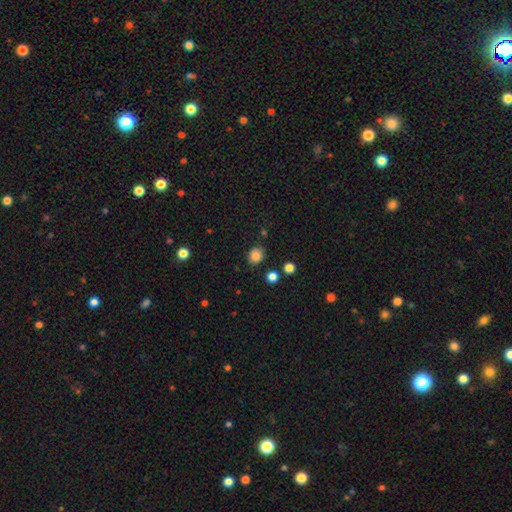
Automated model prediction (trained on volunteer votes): Smooth or featured? smooth (84%)
How rounded? round (74%)
Merging? none (85%)